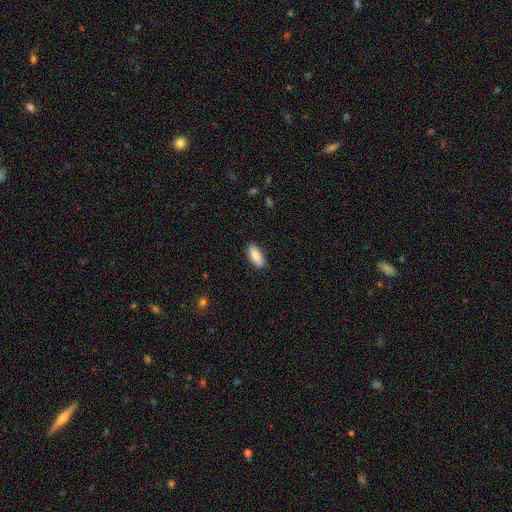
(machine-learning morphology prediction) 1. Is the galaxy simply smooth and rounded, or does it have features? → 85% smooth, 9% featured or disk, 6% star or artifact.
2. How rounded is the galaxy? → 78% in between, 20% cigar-shaped, 2% round.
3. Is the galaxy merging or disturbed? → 88% none, 9% minor disturbance, 2% major disturbance, 1% merger.